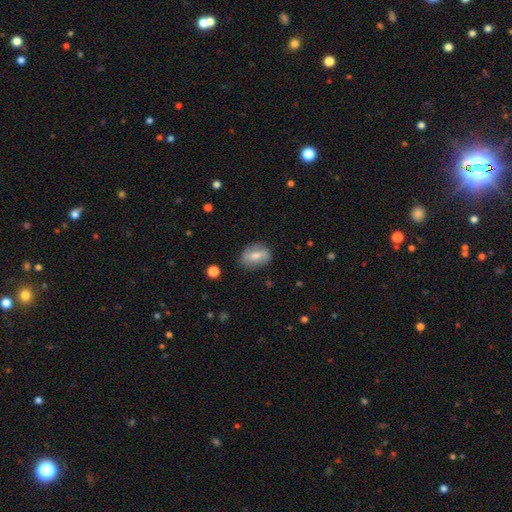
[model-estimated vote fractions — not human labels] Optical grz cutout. It shows a smooth galaxy with no disk features (60%) that is in between round and cigar-shaped (77%). Merging: none (79%).